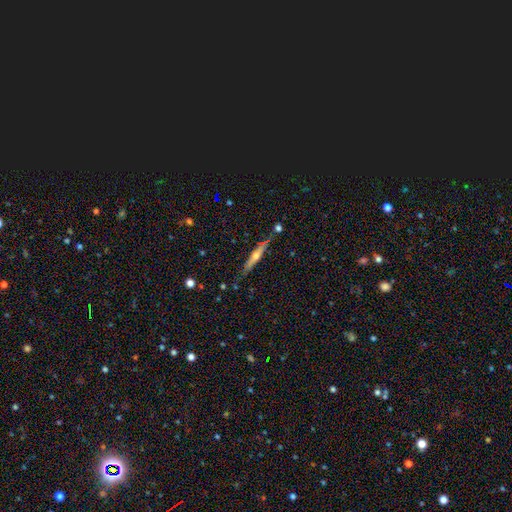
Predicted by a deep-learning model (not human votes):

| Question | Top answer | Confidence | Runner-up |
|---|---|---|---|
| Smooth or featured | featured or disk | 58% | smooth (35%) |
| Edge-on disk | yes | 93% | no (7%) |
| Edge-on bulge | rounded | 79% | none (14%) |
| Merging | none | 74% | minor disturbance (17%) |